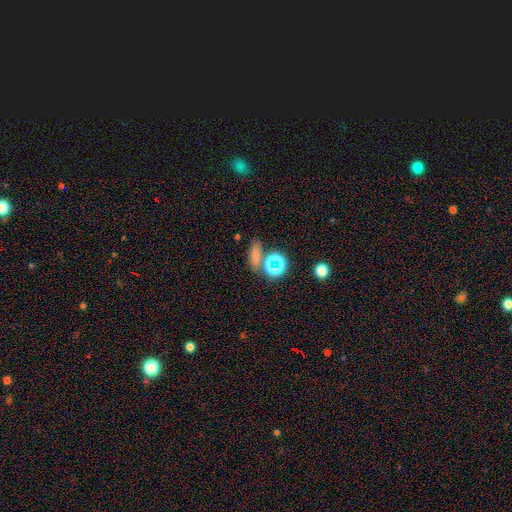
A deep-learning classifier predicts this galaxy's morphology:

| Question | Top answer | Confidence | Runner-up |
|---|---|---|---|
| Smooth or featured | smooth | 59% | star or artifact (29%) |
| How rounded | in between | 56% | round (22%) |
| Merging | none | 66% | merger (17%) |